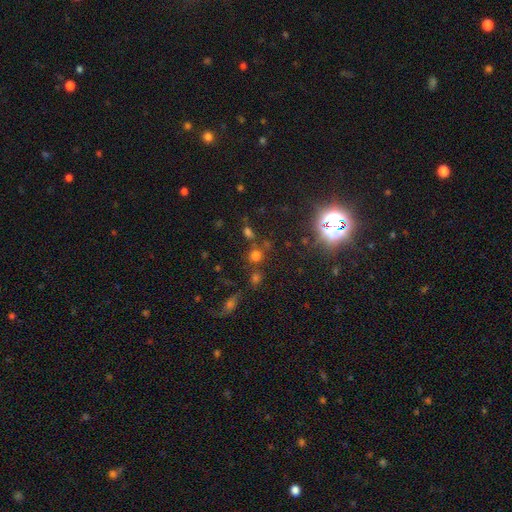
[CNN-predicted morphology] Smooth or featured? smooth (64%)
How rounded? round (83%)
Merging? none (69%)